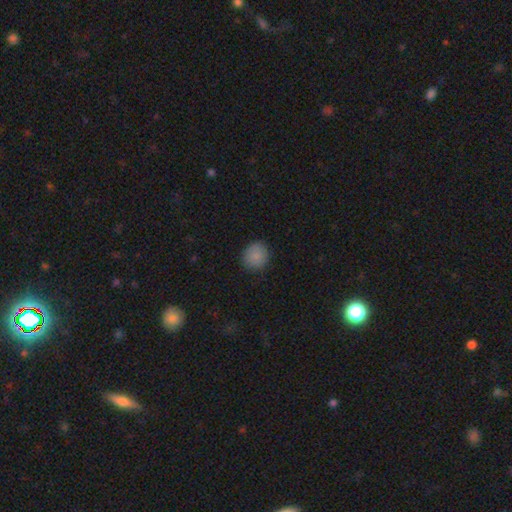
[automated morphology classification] smooth 86%, star or artifact 10%, featured or disk 4%. Down the decision tree: how rounded — round (86%); merging — none (87%).